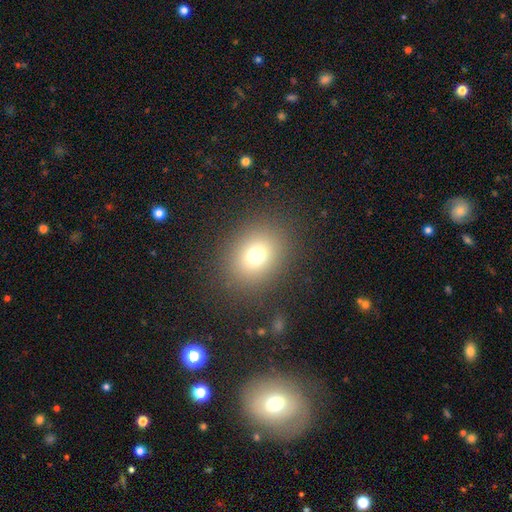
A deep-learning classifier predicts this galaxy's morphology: Smooth or featured? Predicted: smooth (p=0.73). How rounded? Predicted: round (p=0.61). Merging? Predicted: none (p=0.86).